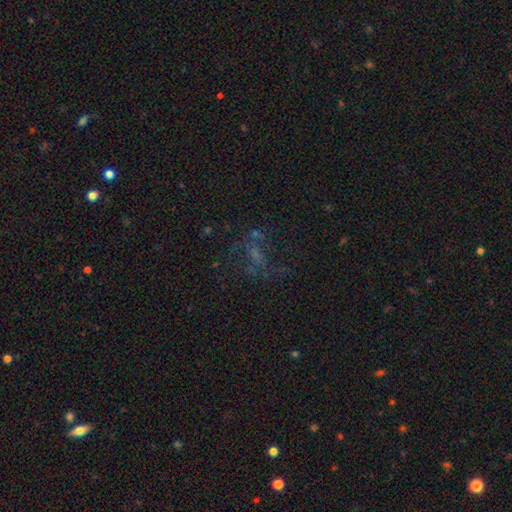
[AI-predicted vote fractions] Smooth or featured?
  - featured or disk: 38% *
  - star or artifact: 37%
  - smooth: 25%
Merging?
  - none: 48% *
  - major disturbance: 29%
  - minor disturbance: 16%
  - merger: 7%